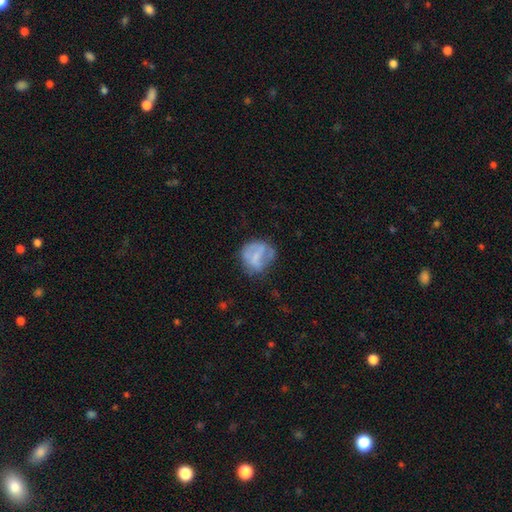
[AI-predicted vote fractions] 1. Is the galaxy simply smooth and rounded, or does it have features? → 48% smooth, 43% featured or disk, 9% star or artifact.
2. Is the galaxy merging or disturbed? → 49% none, 27% minor disturbance, 21% major disturbance, 3% merger.